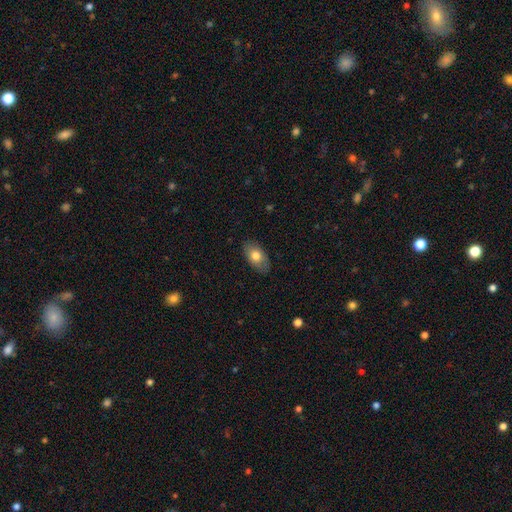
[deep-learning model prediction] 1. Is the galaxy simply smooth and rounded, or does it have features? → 74% smooth, 20% featured or disk, 7% star or artifact.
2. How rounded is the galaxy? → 92% in between, 6% round, 2% cigar-shaped.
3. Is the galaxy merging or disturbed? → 85% none, 12% minor disturbance, 2% major disturbance, 1% merger.